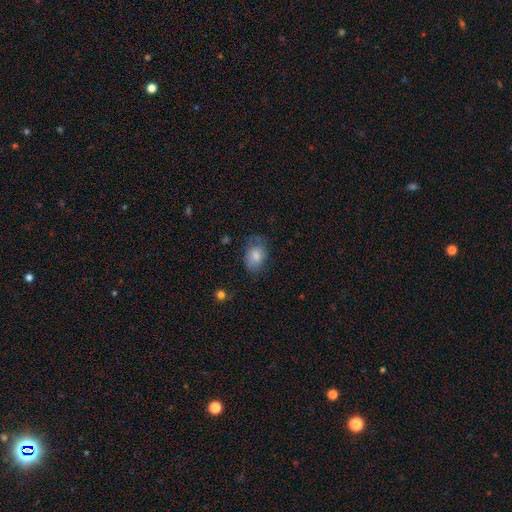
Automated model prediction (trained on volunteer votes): A smooth galaxy with no disk features (78%) that is in between round and cigar-shaped (76%).

Vote fractions:
- Smooth or featured? smooth: 78% / featured or disk: 14% / star or artifact: 8%
- How rounded? in between: 76% / round: 23% / cigar-shaped: 1%
- Merging? none: 58% / minor disturbance: 28% / major disturbance: 12% / merger: 2%